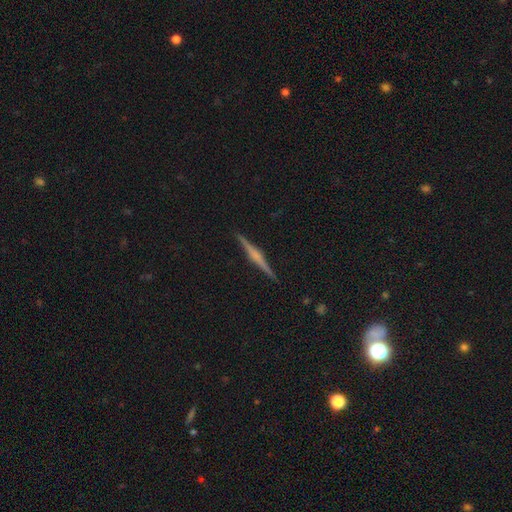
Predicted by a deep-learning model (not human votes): Morphology: type=featured or disk (74%); edge-on=yes (98%); edge-on bulge=rounded (56%); merging=none (92%).